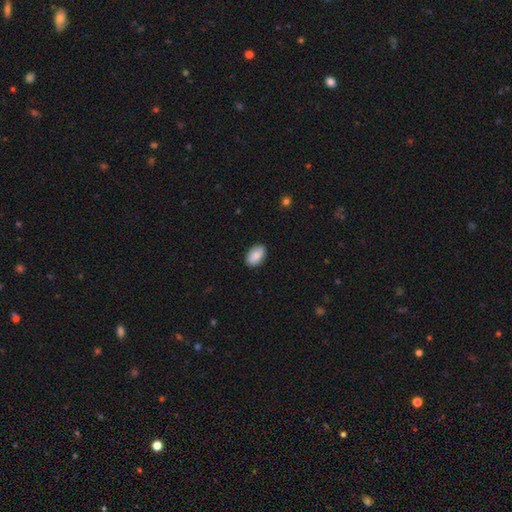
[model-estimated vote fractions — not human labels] This is clearly a smooth galaxy (88%). How rounded: clearly in between (93%). Merging: clearly none (88%).